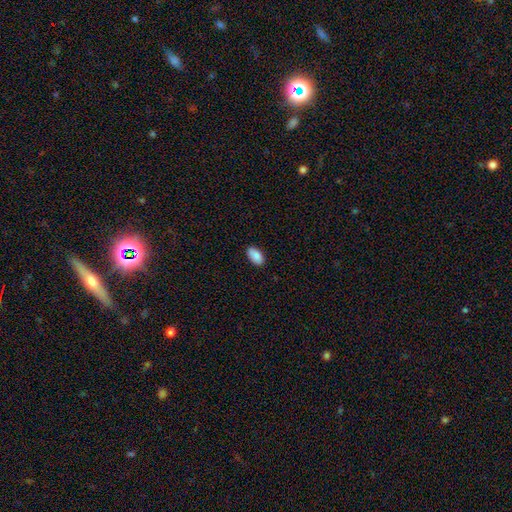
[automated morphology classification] A smooth galaxy with no disk features (89%) that is in between round and cigar-shaped (95%).

Vote fractions:
- Smooth or featured? smooth: 89% / star or artifact: 7% / featured or disk: 5%
- How rounded? in between: 95% / round: 3% / cigar-shaped: 2%
- Merging? none: 86% / minor disturbance: 11% / major disturbance: 2% / merger: 1%